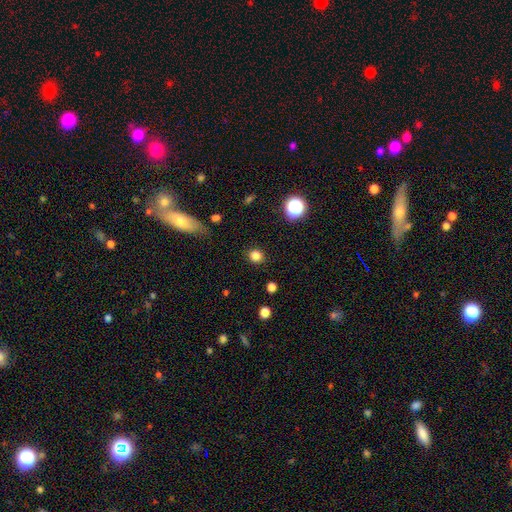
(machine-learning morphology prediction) This is clearly a smooth galaxy (83%). How rounded: clearly round (87%). Merging: clearly none (89%).